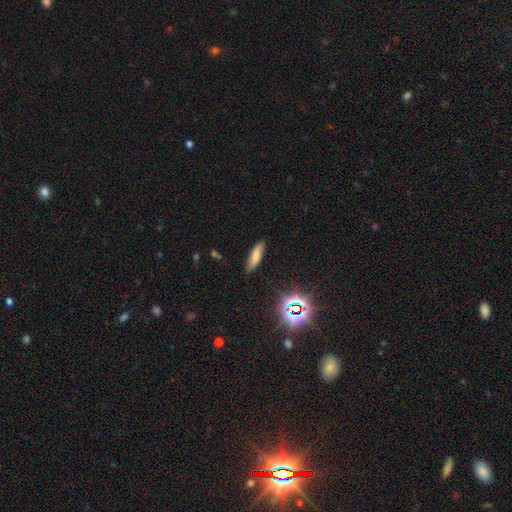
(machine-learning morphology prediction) type=smooth (72%); roundness=cigar-shaped (58%); merging=none (84%).